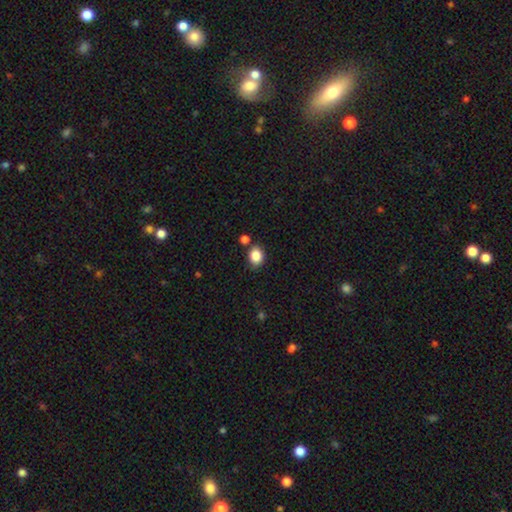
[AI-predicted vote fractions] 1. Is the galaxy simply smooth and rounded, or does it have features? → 87% smooth, 9% star or artifact, 4% featured or disk.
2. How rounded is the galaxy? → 50% round, 49% in between, 1% cigar-shaped.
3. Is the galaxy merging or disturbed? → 75% none, 13% minor disturbance, 9% merger, 3% major disturbance.